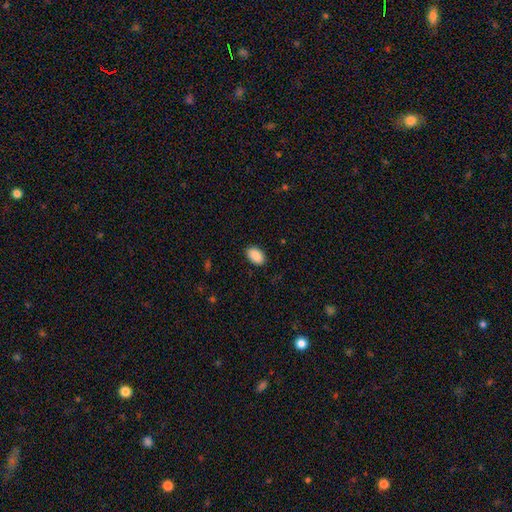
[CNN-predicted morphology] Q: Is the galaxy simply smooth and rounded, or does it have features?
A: smooth — 90%.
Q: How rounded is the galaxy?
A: in between — 92%.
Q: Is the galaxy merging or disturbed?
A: none — 88%.